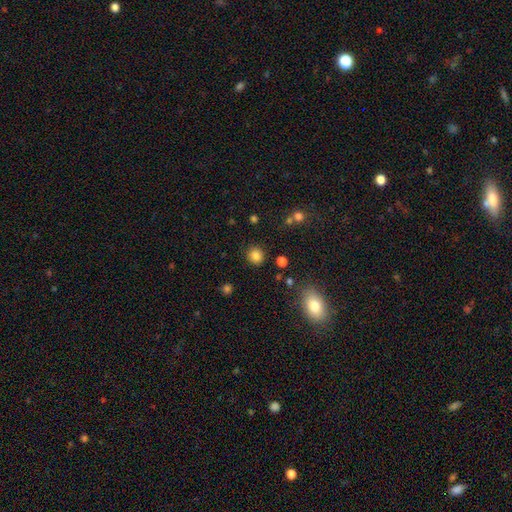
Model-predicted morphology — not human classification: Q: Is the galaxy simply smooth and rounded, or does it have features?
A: smooth — 84%.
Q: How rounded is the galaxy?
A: round — 88%.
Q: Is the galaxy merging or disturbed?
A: none — 89%.